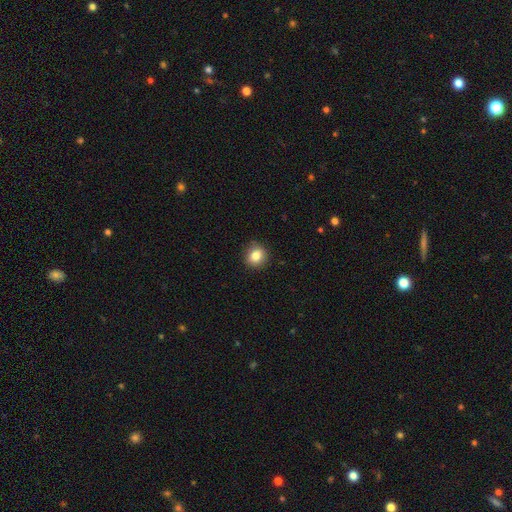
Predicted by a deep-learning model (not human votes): smooth_or_featured: smooth (p=0.85) [alt: star or artifact p=0.10]
how_rounded: round (p=0.83) [alt: in between p=0.16]
merging: none (p=0.88) [alt: minor disturbance p=0.09]